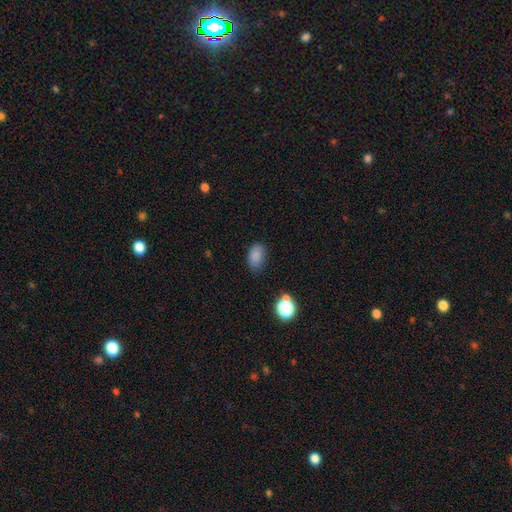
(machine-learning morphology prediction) smooth_or_featured: smooth (p=0.83) [alt: star or artifact p=0.12]
how_rounded: in between (p=0.86) [alt: round p=0.13]
merging: none (p=0.72) [alt: minor disturbance p=0.21]